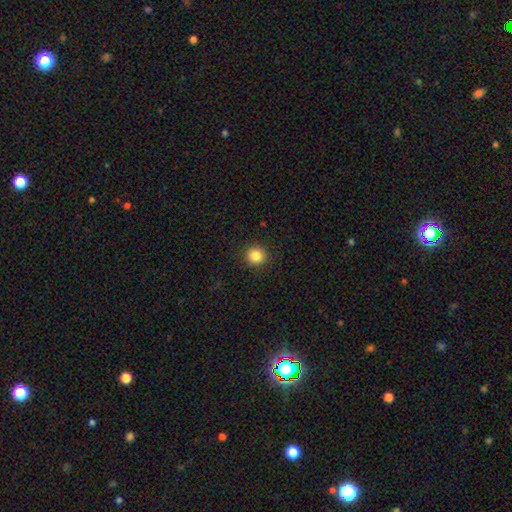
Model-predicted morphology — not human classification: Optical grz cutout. It shows a smooth galaxy with no disk features (85%) that is round (93%). Merging: none (91%).